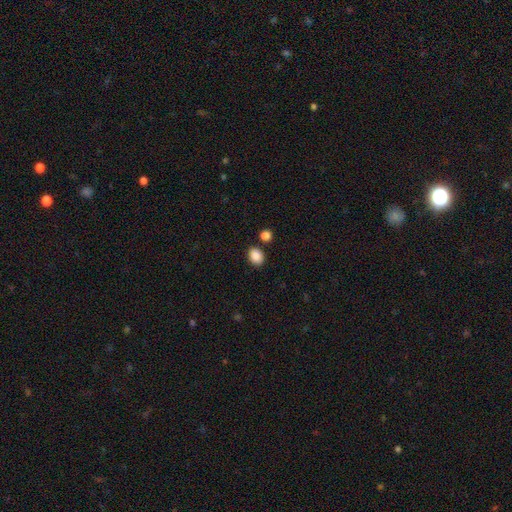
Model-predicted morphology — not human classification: Smooth or featured: smooth — 88% (star or artifact — 9%)
How rounded: in between — 60% (round — 39%)
Merging: none — 78% (minor disturbance — 10%)